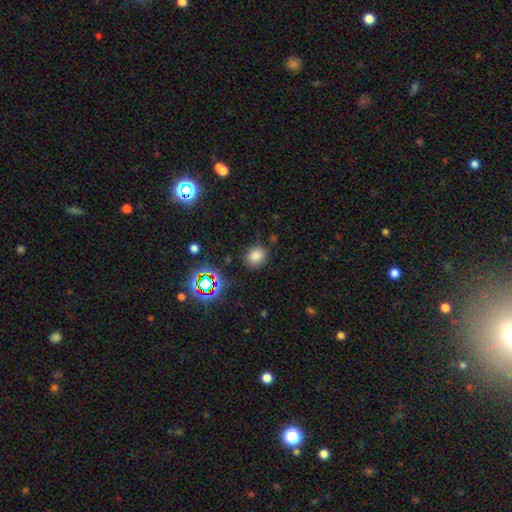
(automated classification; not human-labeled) A smooth galaxy with no disk features (76%) that is round (63%).

Vote fractions:
- Smooth or featured? smooth: 76% / star or artifact: 18% / featured or disk: 7%
- How rounded? round: 63% / in between: 36% / cigar-shaped: 1%
- Merging? none: 81% / minor disturbance: 13% / major disturbance: 4% / merger: 2%